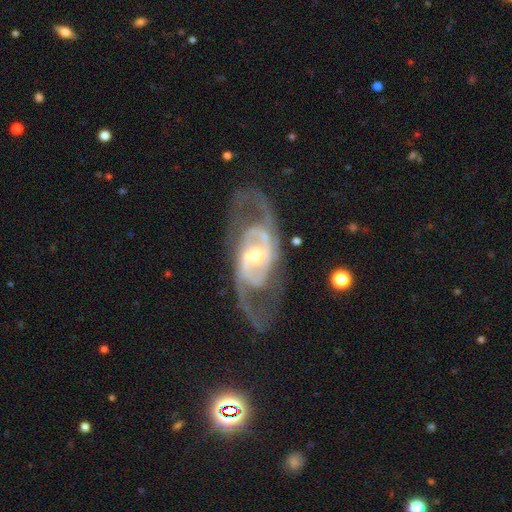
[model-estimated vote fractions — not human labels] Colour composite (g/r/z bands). It shows a featured or disk galaxy (90%) with a weak bar (41%), 2 (84%) medium (54%) spiral arms (94%) and a small central bulge (56%). Merging: none (71%).